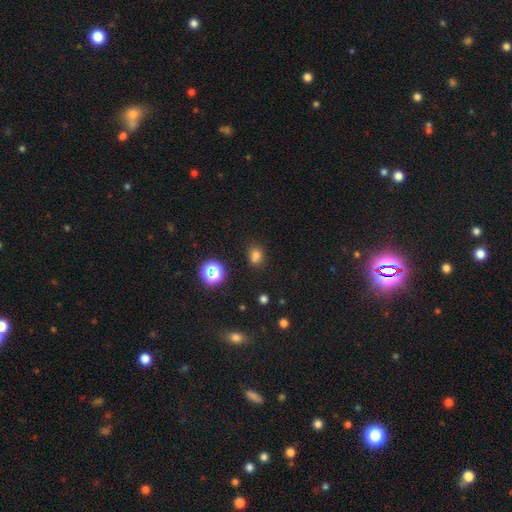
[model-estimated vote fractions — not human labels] Smooth or featured: smooth — 71% (star or artifact — 22%)
How rounded: round — 51% (in between — 48%)
Merging: none — 70% (minor disturbance — 16%)